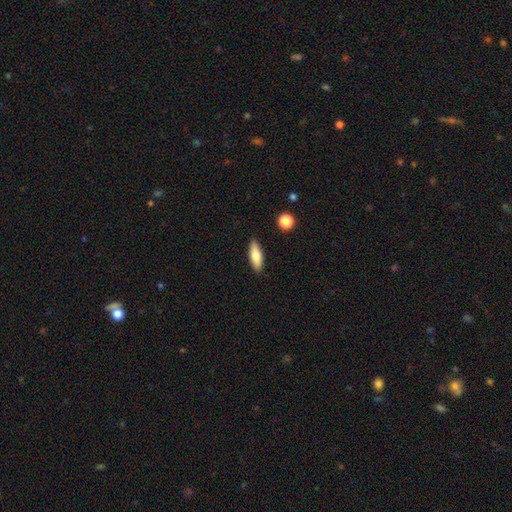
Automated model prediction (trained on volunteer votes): smooth 73%, featured or disk 20%, star or artifact 7%. Down the decision tree: how rounded — in between (54%); merging — none (88%).